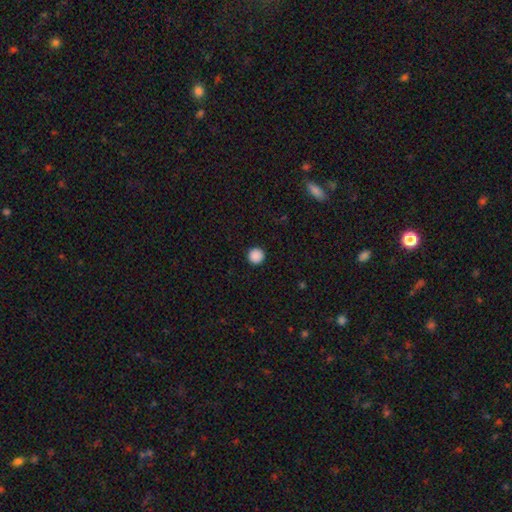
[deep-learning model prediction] Smooth or featured? Predicted: smooth (p=0.89). How rounded? Predicted: round (p=0.96). Merging? Predicted: none (p=0.94).